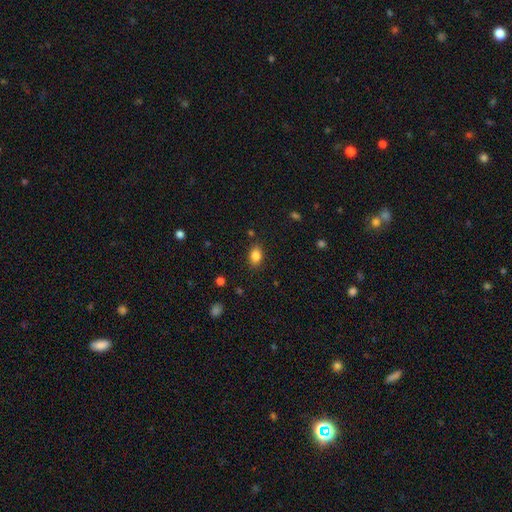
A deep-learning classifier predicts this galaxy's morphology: smooth-or-featured: smooth: 84% | star or artifact: 10% | featured or disk: 6%
  how-rounded: in between: 82% | round: 17% | cigar-shaped: 2%
  merging: none: 84% | minor disturbance: 11% | major disturbance: 3% | merger: 2%